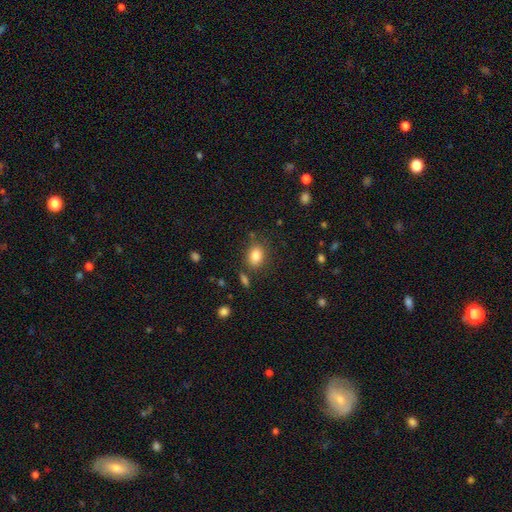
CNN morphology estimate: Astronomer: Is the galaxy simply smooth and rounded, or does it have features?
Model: smooth — 84%.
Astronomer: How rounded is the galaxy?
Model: in between — 67%.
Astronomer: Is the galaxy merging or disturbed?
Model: none — 78%.